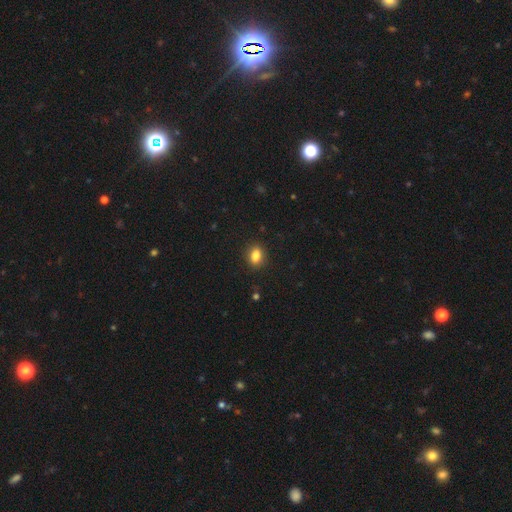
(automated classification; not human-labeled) A smooth galaxy with no disk features (86%) that is in between round and cigar-shaped (74%). Merging: none (88%).